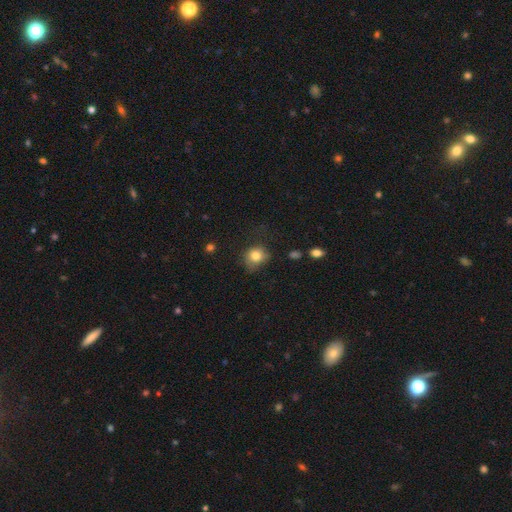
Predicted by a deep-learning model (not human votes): This is clearly a smooth galaxy (81%). How rounded: likely round (67%). Merging: possibly none (57%).